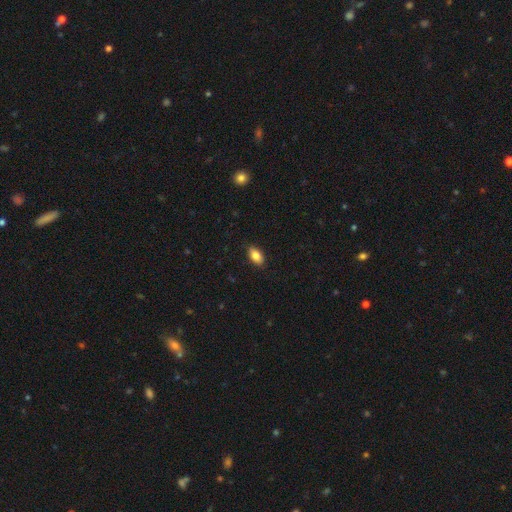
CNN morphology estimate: The model was most divided on "smooth or featured": smooth: 85%, featured or disk: 8%, star or artifact: 8%. More confident: how rounded — in between (91%); merging — none (87%).